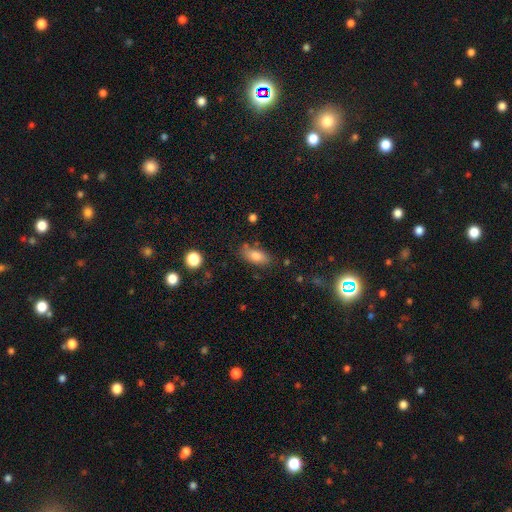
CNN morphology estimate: Smooth or featured? Predicted: smooth (p=0.80). How rounded? Predicted: in between (p=0.85). Merging? Predicted: none (p=0.72).